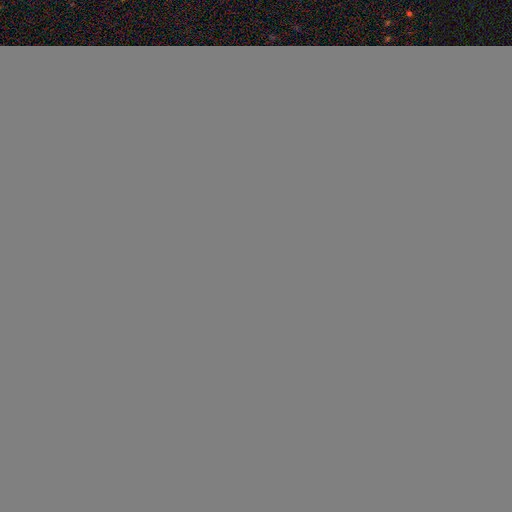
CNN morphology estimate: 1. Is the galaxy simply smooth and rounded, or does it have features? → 82% smooth, 12% featured or disk, 6% star or artifact.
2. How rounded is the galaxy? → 79% in between, 20% cigar-shaped, 2% round.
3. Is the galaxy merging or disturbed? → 88% none, 10% minor disturbance, 2% major disturbance, 1% merger.